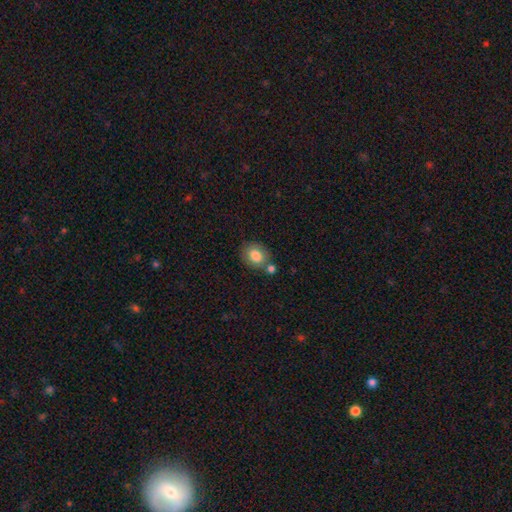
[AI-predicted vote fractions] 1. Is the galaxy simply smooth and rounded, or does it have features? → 82% smooth, 10% featured or disk, 8% star or artifact.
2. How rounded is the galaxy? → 53% round, 46% in between, 1% cigar-shaped.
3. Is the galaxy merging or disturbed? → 66% none, 17% merger, 14% minor disturbance, 4% major disturbance.